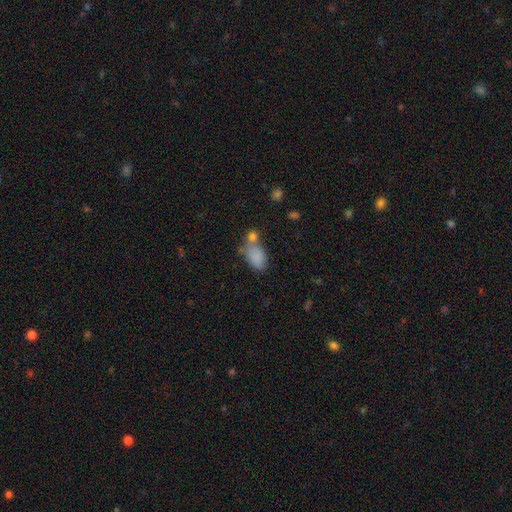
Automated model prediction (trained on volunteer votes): Smooth or featured? Predicted: smooth (p=0.82). How rounded? Predicted: in between (p=0.90). Merging? Predicted: none (p=0.38).